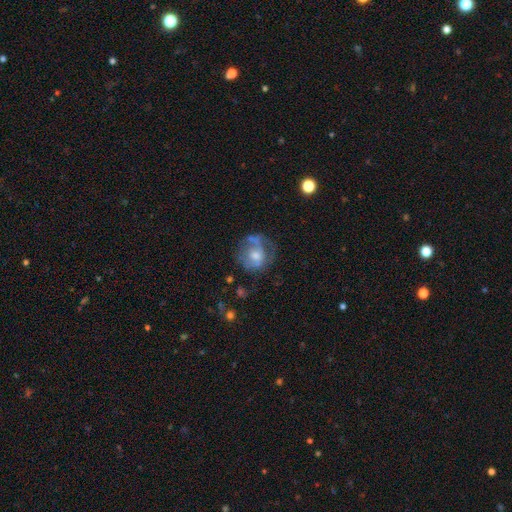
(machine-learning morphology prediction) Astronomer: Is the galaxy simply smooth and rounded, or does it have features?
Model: featured or disk — 46% (runner-up: smooth, 45%).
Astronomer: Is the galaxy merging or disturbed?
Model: none — 43% (runner-up: major disturbance, 26%).